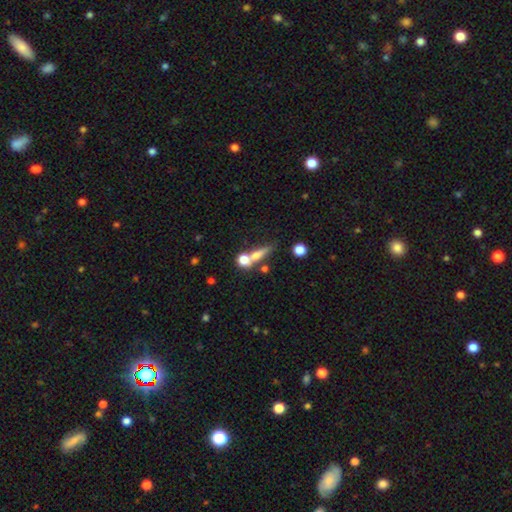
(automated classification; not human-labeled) Smooth or featured: smooth — 61% (featured or disk — 25%)
How rounded: cigar-shaped — 44% (round — 33%)
Merging: none — 45% (merger — 34%)